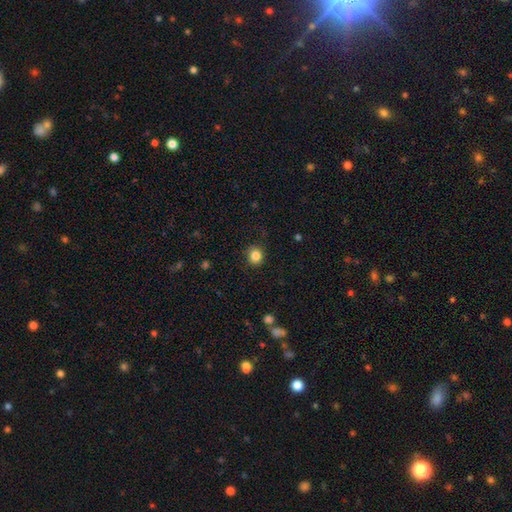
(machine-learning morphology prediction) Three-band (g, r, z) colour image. It shows a smooth galaxy with no disk features (84%) that is round (85%). Merging: none (88%).